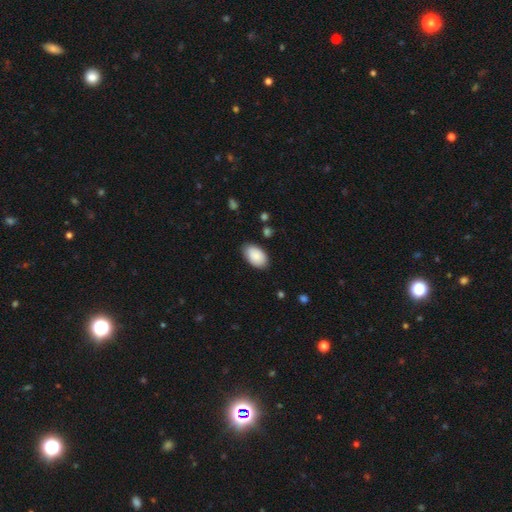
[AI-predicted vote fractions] Morphology: type=smooth (89%); roundness=in between (94%); merging=none (83%).